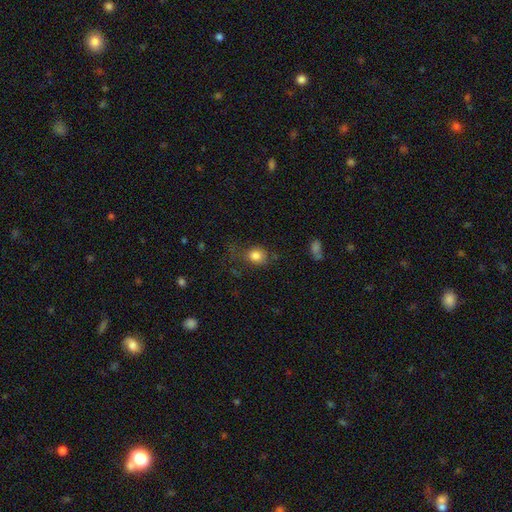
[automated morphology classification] This is clearly a smooth galaxy (82%). How rounded: likely round (62%). Merging: possibly none (59%).